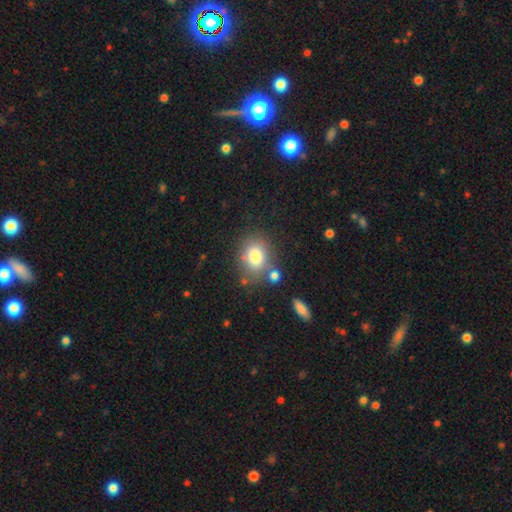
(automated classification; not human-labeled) smooth 81%, featured or disk 10%, star or artifact 9%. Down the decision tree: how rounded — round (50%); merging — none (67%).